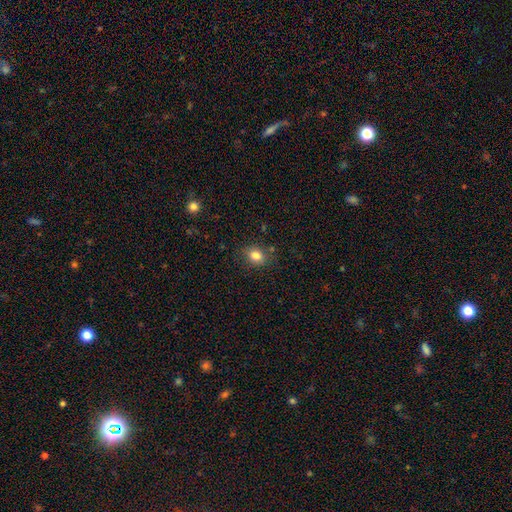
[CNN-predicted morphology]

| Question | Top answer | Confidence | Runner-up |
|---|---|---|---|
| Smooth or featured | smooth | 82% | star or artifact (11%) |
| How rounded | in between | 52% | round (47%) |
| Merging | none | 81% | minor disturbance (13%) |